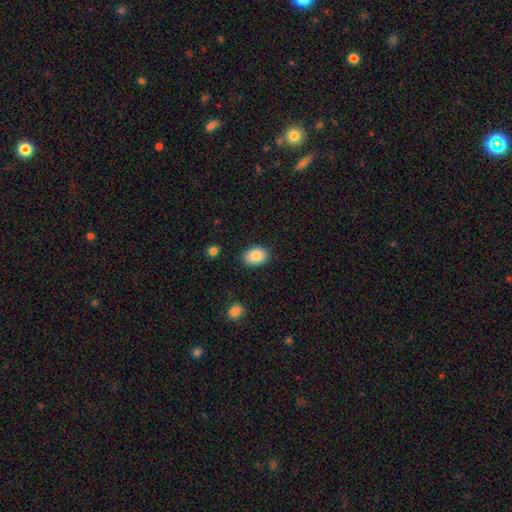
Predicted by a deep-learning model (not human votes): The model was most divided on "how rounded": in between: 78%, round: 21%, cigar-shaped: 1%. More confident: smooth or featured — smooth (87%); merging — none (86%).